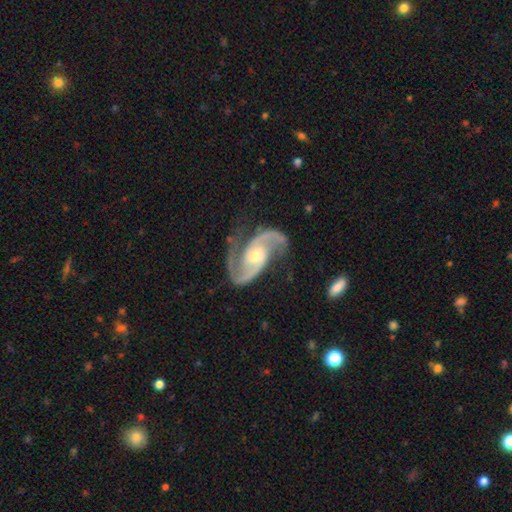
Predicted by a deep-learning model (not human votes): Smooth or featured?
  - featured or disk: 93% *
  - star or artifact: 4%
  - smooth: 3%
Edge-on disk?
  - no: 98% *
  - yes: 2%
Bar?
  - no: 51% *
  - weak: 36%
  - strong: 14%
Spiral arms?
  - yes: 98% *
  - no: 2%
Spiral winding?
  - medium: 59% *
  - loose: 23%
  - tight: 18%
Spiral arm count?
  - 2: 93% *
  - 3: 2%
  - can't tell: 2%
  - 1: 1%
  - 4: 1%
  - more than 4: 1%
Bulge size?
  - moderate: 53% *
  - small: 43%
  - large: 2%
  - none: 1%
  - dominant: 1%
Merging?
  - none: 73% *
  - minor disturbance: 17%
  - major disturbance: 8%
  - merger: 2%